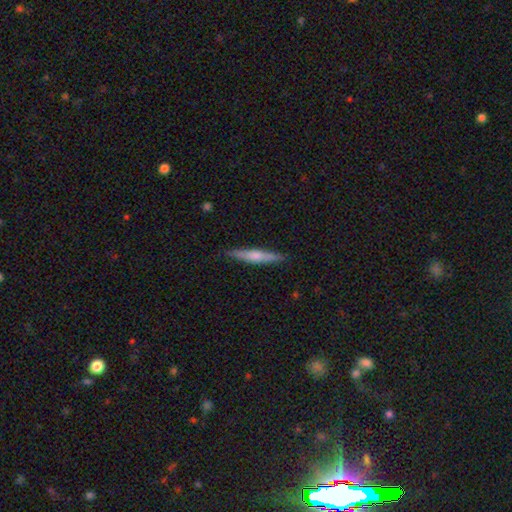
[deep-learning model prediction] smooth-or-featured: smooth: 48% | featured or disk: 46% | star or artifact: 6%
  merging: none: 88% | minor disturbance: 9% | major disturbance: 2% | merger: 1%